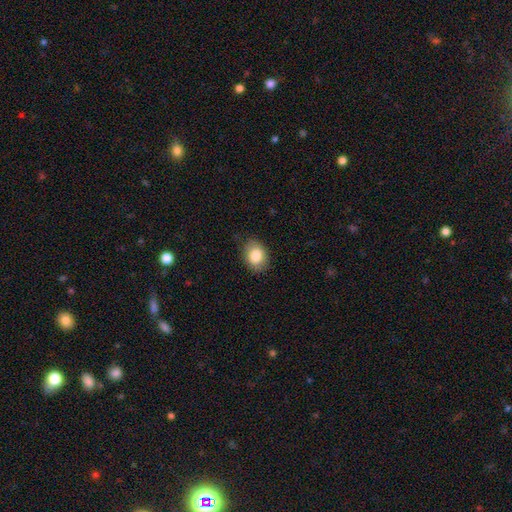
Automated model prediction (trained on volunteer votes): smooth_or_featured: smooth (p=0.84) [alt: featured or disk p=0.08]
how_rounded: in between (p=0.71) [alt: round p=0.28]
merging: none (p=0.82) [alt: minor disturbance p=0.14]